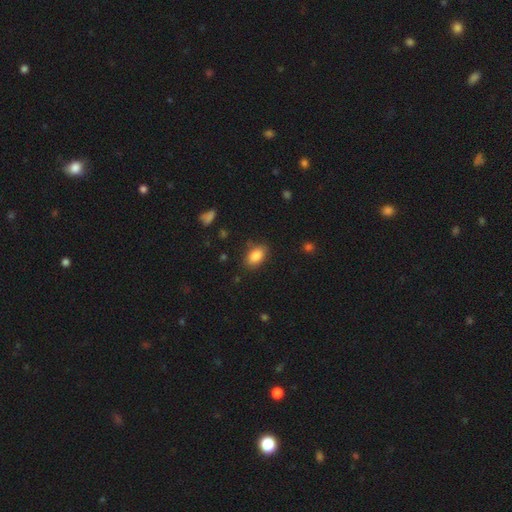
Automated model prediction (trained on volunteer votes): A smooth galaxy with no disk features (86%) that is in between round and cigar-shaped (90%).

Vote fractions:
- Smooth or featured? smooth: 86% / star or artifact: 8% / featured or disk: 6%
- How rounded? in between: 90% / round: 8% / cigar-shaped: 2%
- Merging? none: 83% / minor disturbance: 12% / major disturbance: 3% / merger: 1%